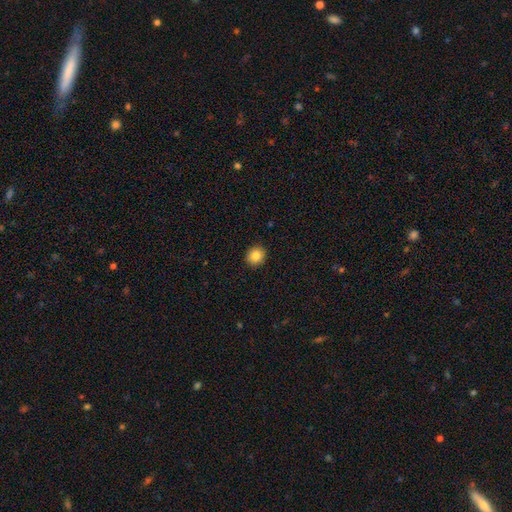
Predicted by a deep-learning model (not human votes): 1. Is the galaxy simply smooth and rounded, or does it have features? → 84% smooth, 9% star or artifact, 6% featured or disk.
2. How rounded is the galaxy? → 84% round, 15% in between, 1% cigar-shaped.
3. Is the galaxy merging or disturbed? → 91% none, 6% minor disturbance, 2% major disturbance, 1% merger.